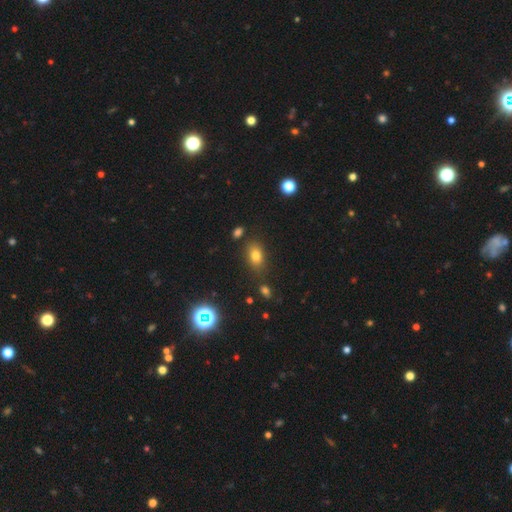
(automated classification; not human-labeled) Morphology: type=smooth (76%); roundness=in between (80%); merging=none (77%).